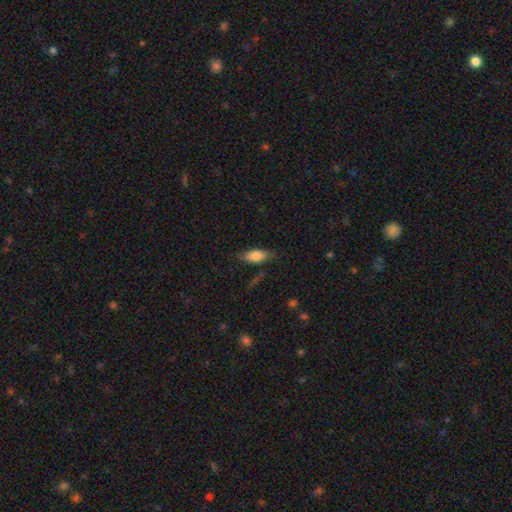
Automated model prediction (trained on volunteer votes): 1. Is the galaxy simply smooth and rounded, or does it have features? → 80% smooth, 13% featured or disk, 7% star or artifact.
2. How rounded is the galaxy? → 82% in between, 15% cigar-shaped, 3% round.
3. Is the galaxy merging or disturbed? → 74% none, 19% minor disturbance, 5% major disturbance, 2% merger.